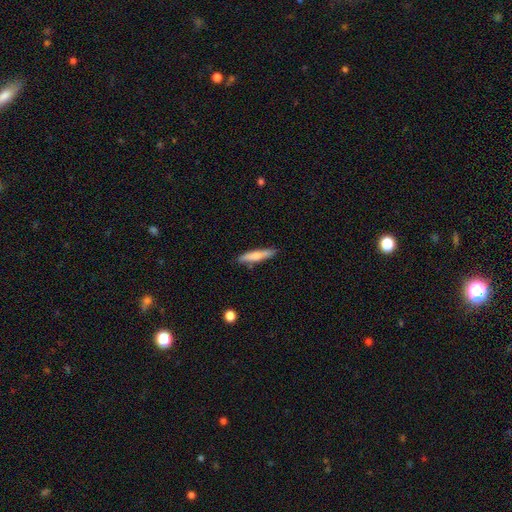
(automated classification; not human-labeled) Morphology: type=smooth (66%); roundness=cigar-shaped (86%); merging=none (85%).